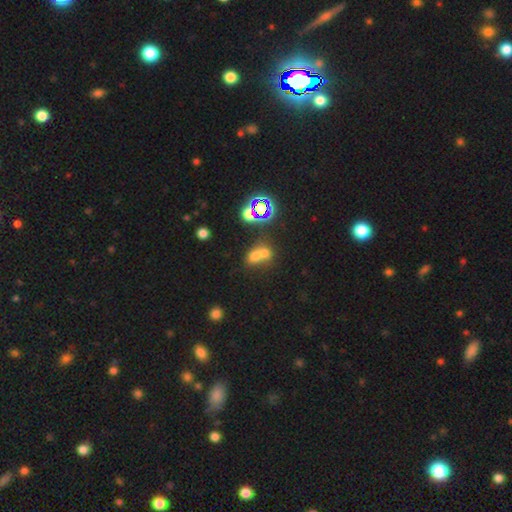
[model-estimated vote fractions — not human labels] Smooth or featured? smooth (59%)
How rounded? round (57%)
Merging? merger (64%)